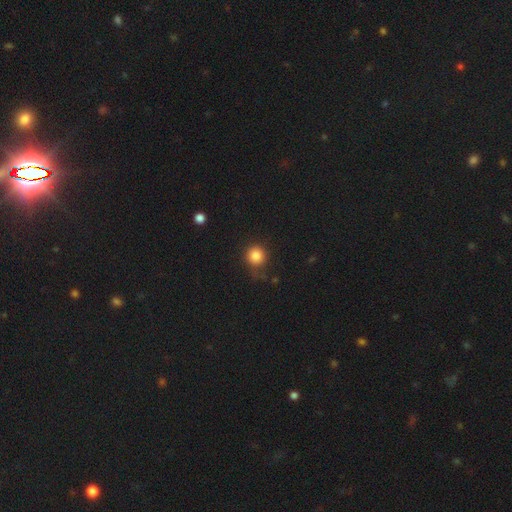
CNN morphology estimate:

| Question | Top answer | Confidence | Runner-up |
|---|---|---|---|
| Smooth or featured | smooth | 84% | star or artifact (11%) |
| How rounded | round | 93% | in between (6%) |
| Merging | none | 74% | minor disturbance (17%) |